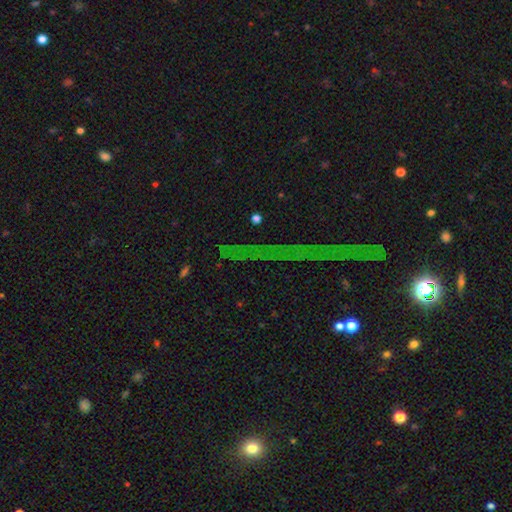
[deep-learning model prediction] Morphology: type=star or artifact (78%).